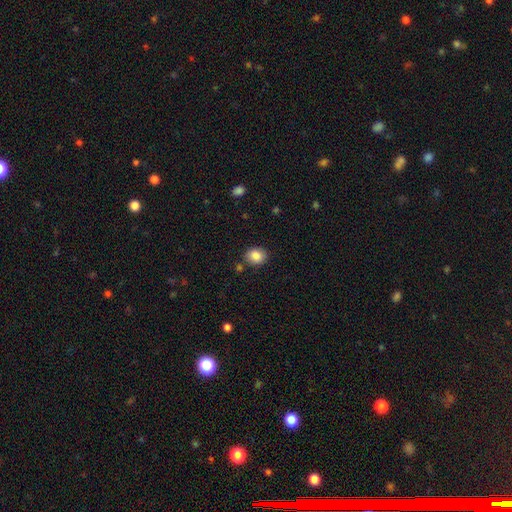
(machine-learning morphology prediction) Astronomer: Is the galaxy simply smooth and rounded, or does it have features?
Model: smooth — 86%.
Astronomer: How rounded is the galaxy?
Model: round — 58% (runner-up: in between, 41%).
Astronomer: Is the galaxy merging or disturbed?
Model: none — 82%.